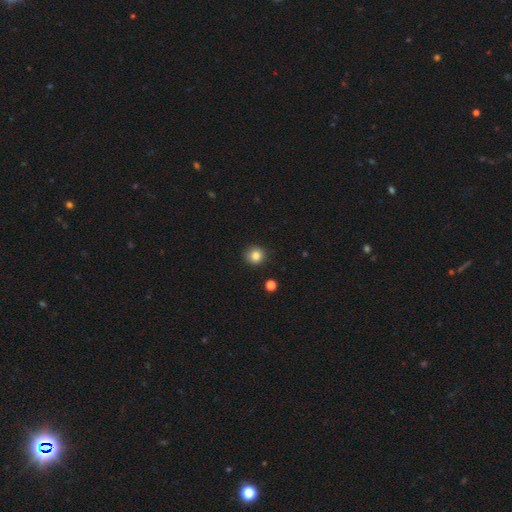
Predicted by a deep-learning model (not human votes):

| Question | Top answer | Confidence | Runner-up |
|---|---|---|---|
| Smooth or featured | smooth | 83% | star or artifact (11%) |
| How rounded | round | 92% | in between (7%) |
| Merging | none | 90% | minor disturbance (7%) |